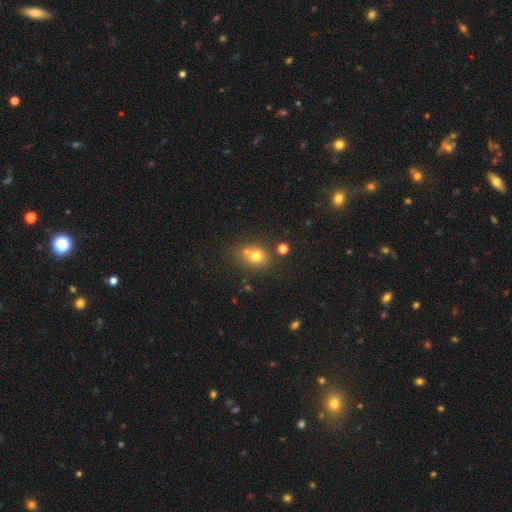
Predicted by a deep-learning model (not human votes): A smooth galaxy with no disk features (73%) that is round (72%). Merging: none (57%).